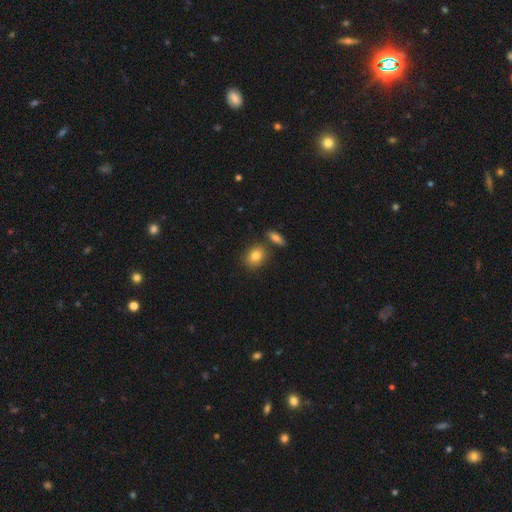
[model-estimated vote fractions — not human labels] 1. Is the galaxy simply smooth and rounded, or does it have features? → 82% smooth, 10% featured or disk, 9% star or artifact.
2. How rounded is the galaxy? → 50% round, 47% in between, 2% cigar-shaped.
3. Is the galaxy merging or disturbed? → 75% none, 12% merger, 11% minor disturbance, 3% major disturbance.